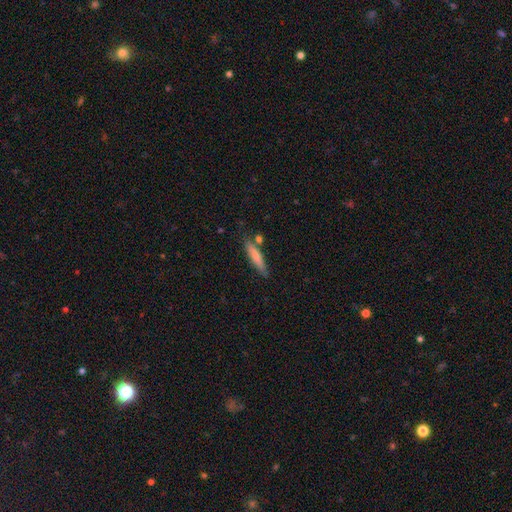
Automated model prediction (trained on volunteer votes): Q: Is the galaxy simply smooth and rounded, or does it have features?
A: smooth — 72%.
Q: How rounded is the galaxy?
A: cigar-shaped — 87%.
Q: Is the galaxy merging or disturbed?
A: none — 76%.